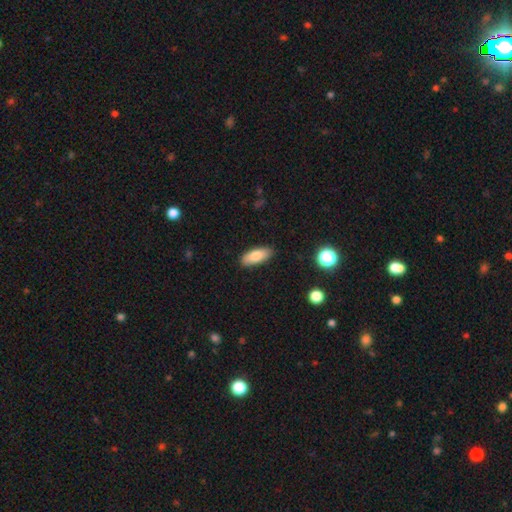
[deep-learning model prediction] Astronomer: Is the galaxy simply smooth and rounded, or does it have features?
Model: smooth — 79%.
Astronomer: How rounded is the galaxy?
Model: in between — 81%.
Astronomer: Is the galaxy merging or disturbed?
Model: none — 87%.